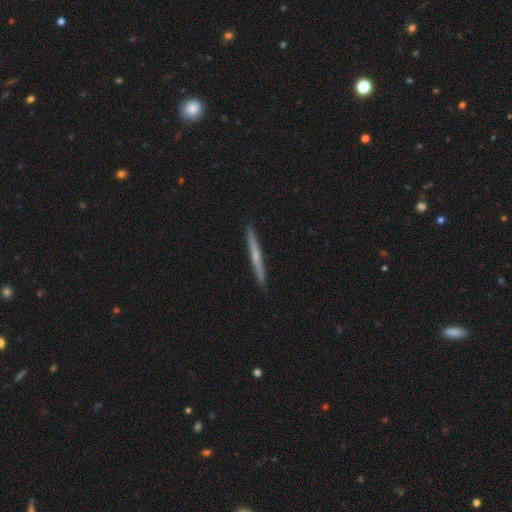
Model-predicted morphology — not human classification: smooth-or-featured: featured or disk: 53% | smooth: 41% | star or artifact: 6%
  disk-edge-on: yes: 97% | no: 3%
    edge-on-bulge: none: 56% | rounded: 40% | boxy: 5%
  merging: none: 93% | minor disturbance: 5% | major disturbance: 1% | merger: 1%